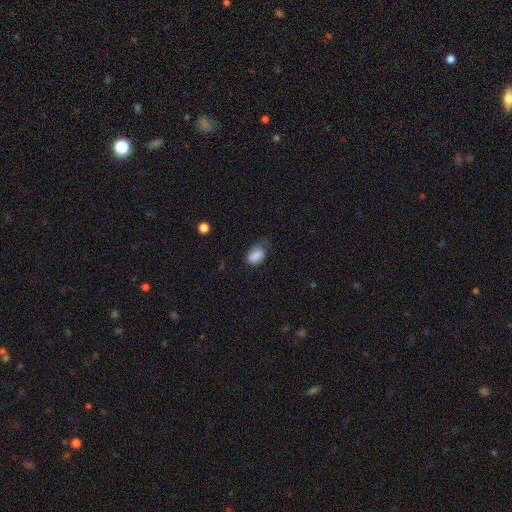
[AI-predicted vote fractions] A smooth galaxy with no disk features (82%) that is in between round and cigar-shaped (81%). Merging: none (44%).